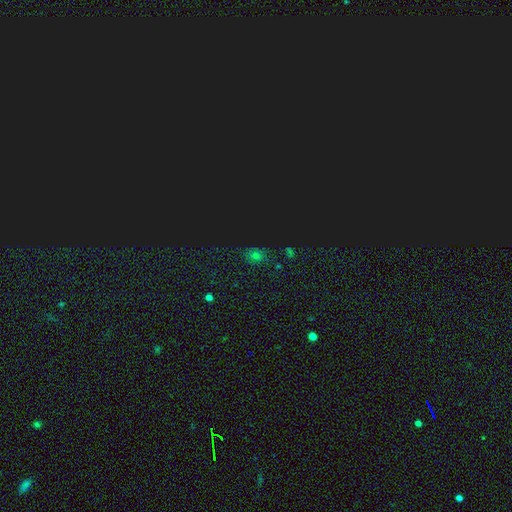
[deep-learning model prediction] This appears to be a star or artifact, not a galaxy (49%).